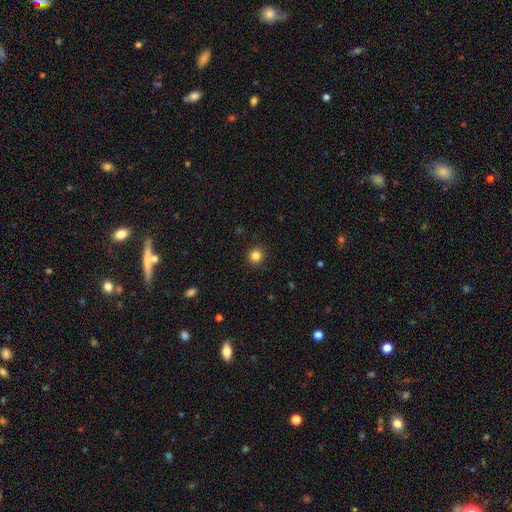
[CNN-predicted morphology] A smooth galaxy with no disk features (84%) that is round (93%).

Vote fractions:
- Smooth or featured? smooth: 84% / star or artifact: 12% / featured or disk: 4%
- How rounded? round: 93% / in between: 6% / cigar-shaped: 1%
- Merging? none: 92% / minor disturbance: 5% / major disturbance: 2% / merger: 1%